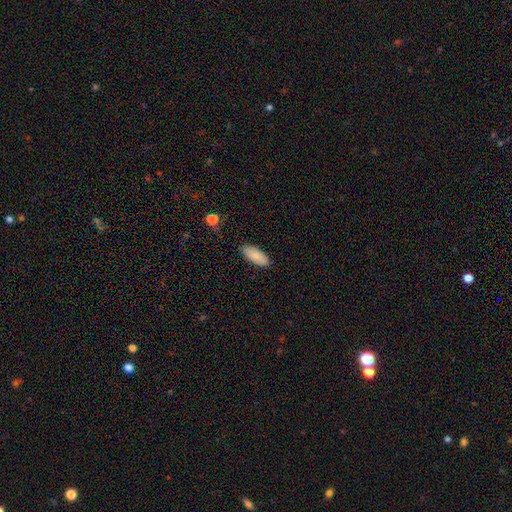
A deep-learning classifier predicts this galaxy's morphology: A smooth galaxy with no disk features (86%) that is in between round and cigar-shaped (84%). Merging: none (86%).